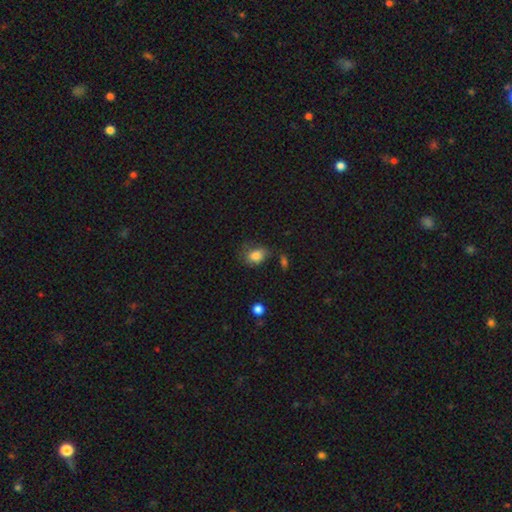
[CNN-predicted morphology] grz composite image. It shows a smooth galaxy with no disk features (83%) that is in between round and cigar-shaped (65%). Merging: none (54%).